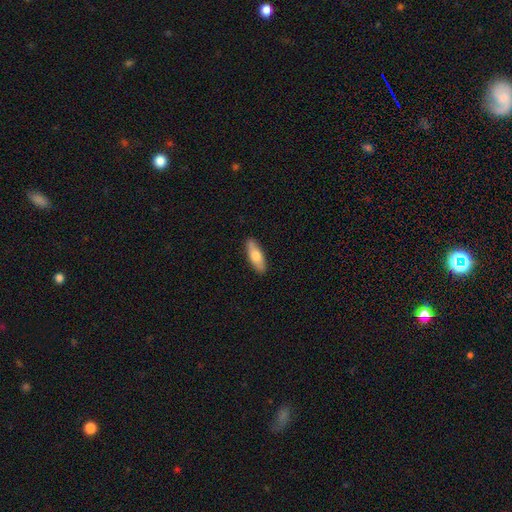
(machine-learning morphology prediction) The model was most divided on "how rounded": in between: 53%, cigar-shaped: 44%, round: 2%. More confident: merging — none (88%); smooth or featured — smooth (68%).